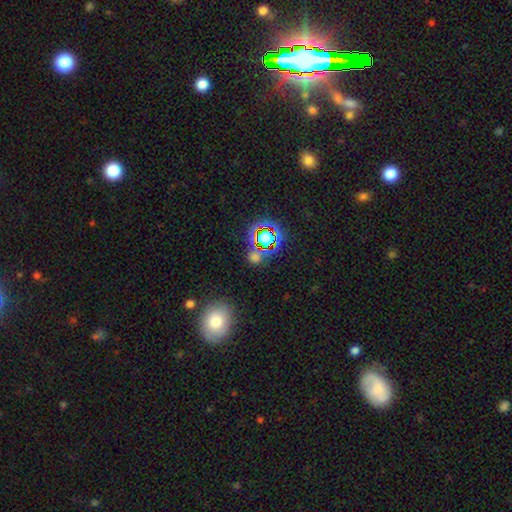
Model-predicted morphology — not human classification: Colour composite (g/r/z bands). It shows a star or artifact, not a galaxy (60%).